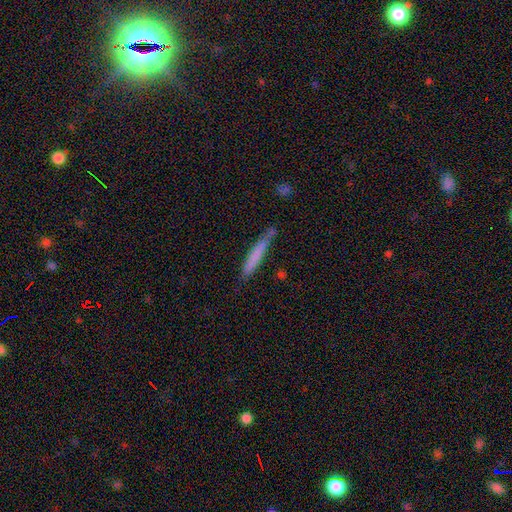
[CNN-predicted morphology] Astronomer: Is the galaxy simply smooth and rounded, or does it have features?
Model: smooth — 71%.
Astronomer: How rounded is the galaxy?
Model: cigar-shaped — 95%.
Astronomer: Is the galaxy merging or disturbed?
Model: none — 72%.